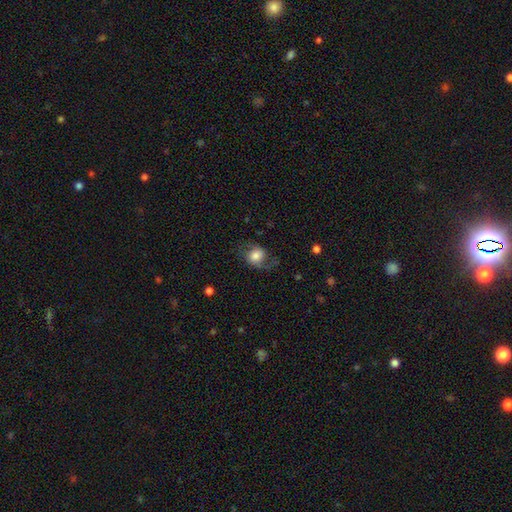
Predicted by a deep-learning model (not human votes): The model was most divided on "how rounded": round: 60%, in between: 39%, cigar-shaped: 1%. More confident: smooth or featured — smooth (62%); merging — none (58%).